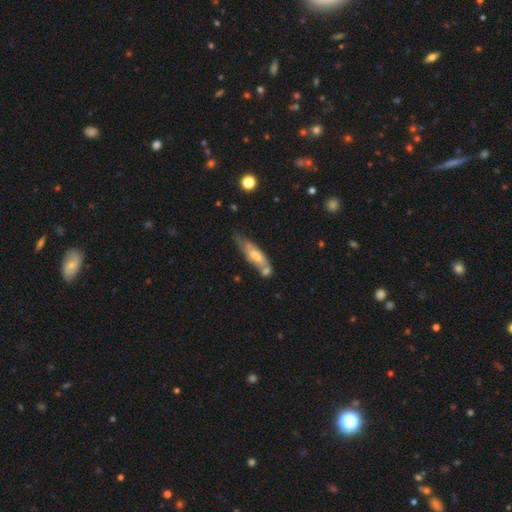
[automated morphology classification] Smooth or featured?
  - smooth: 50% *
  - featured or disk: 44%
  - star or artifact: 7%
Merging?
  - none: 44% *
  - minor disturbance: 27%
  - merger: 21%
  - major disturbance: 9%